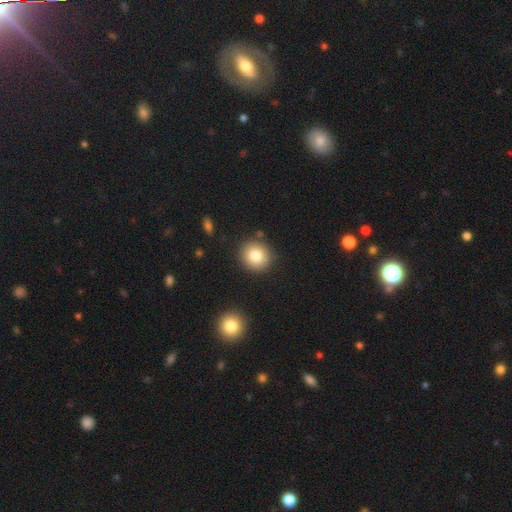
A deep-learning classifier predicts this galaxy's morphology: Smooth or featured?
  - smooth: 82% *
  - star or artifact: 10%
  - featured or disk: 9%
How rounded?
  - round: 90% *
  - in between: 9%
  - cigar-shaped: 1%
Merging?
  - none: 87% *
  - minor disturbance: 7%
  - merger: 4%
  - major disturbance: 2%